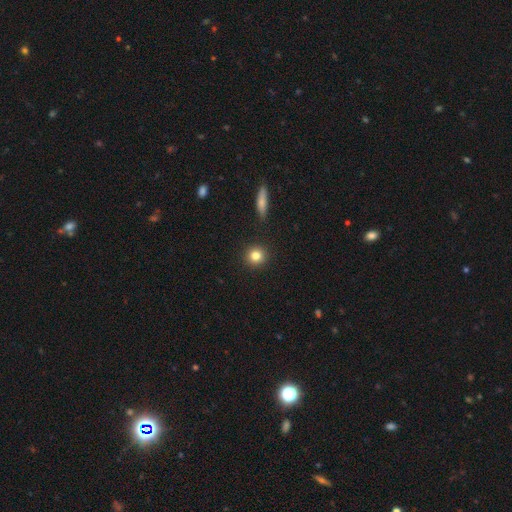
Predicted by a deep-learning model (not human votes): A smooth galaxy with no disk features (83%) that is round (91%).

Vote fractions:
- Smooth or featured? smooth: 83% / star or artifact: 10% / featured or disk: 7%
- How rounded? round: 91% / in between: 7% / cigar-shaped: 1%
- Merging? none: 91% / minor disturbance: 5% / major disturbance: 2% / merger: 2%